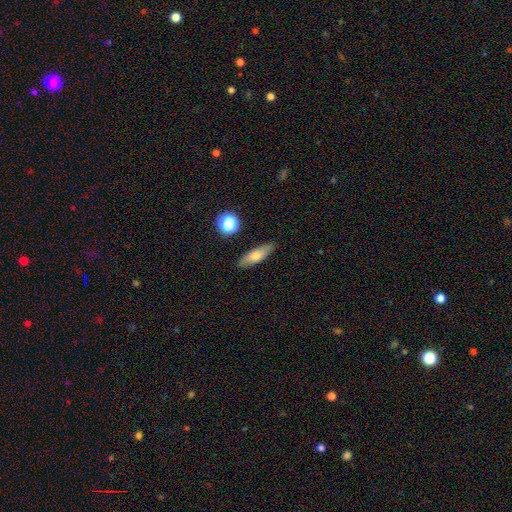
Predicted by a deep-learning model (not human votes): The model was most divided on "how rounded": in between: 49%, cigar-shaped: 47%, round: 4%. More confident: merging — none (86%); smooth or featured — smooth (68%).